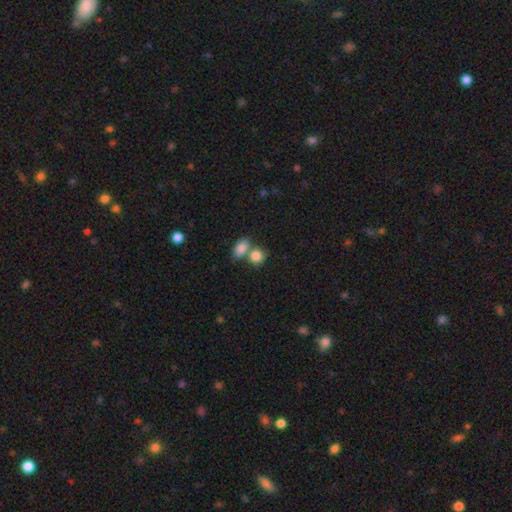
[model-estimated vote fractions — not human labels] Smooth or featured?
  - smooth: 85% *
  - star or artifact: 8%
  - featured or disk: 7%
How rounded?
  - round: 53% *
  - in between: 45%
  - cigar-shaped: 2%
Merging?
  - merger: 47% *
  - none: 41%
  - minor disturbance: 9%
  - major disturbance: 4%